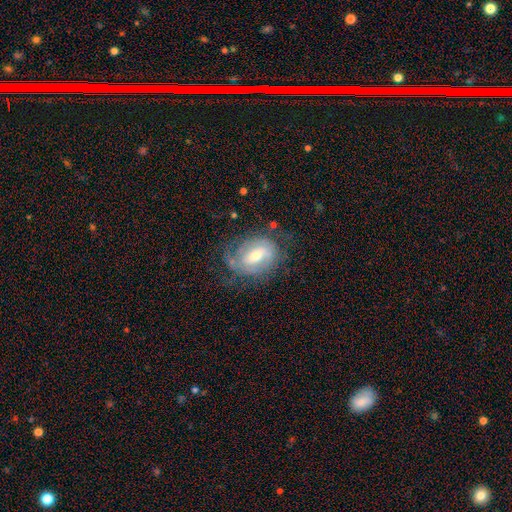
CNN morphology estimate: Smooth or featured? Predicted: featured or disk (p=0.71). Edge-on disk? Predicted: no (p=0.95). Bar? Predicted: weak (p=0.47). Spiral arms? Predicted: yes (p=0.77). Spiral winding? Predicted: tight (p=0.52). Spiral arm count? Predicted: 2 (p=0.45). Bulge size? Predicted: moderate (p=0.55). Merging? Predicted: none (p=0.60).